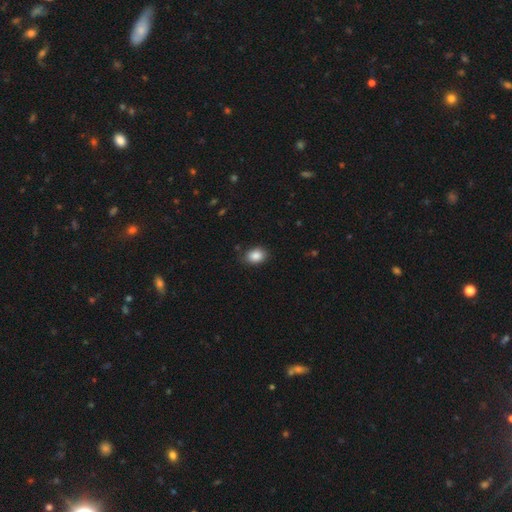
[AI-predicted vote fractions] Smooth or featured: smooth — 87% (star or artifact — 8%)
How rounded: in between — 69% (round — 30%)
Merging: none — 82% (minor disturbance — 14%)